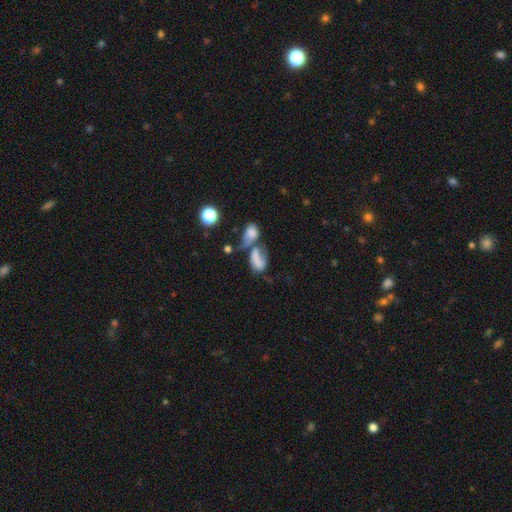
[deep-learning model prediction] This appears to be a smooth galaxy with no disk features (43%). Merging: merger (52%).